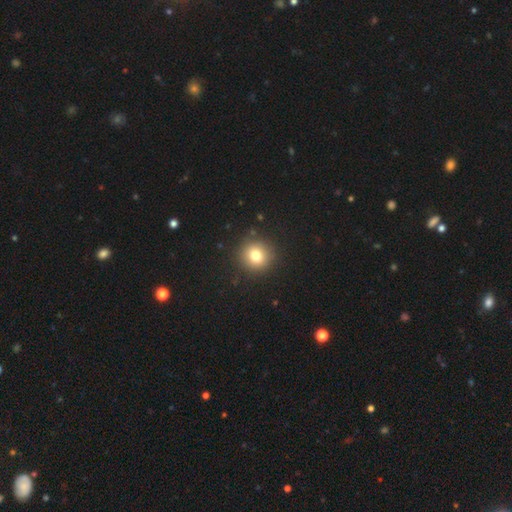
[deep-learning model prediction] The model was most divided on "smooth or featured": smooth: 77%, star or artifact: 13%, featured or disk: 10%. More confident: how rounded — round (92%); merging — none (90%).